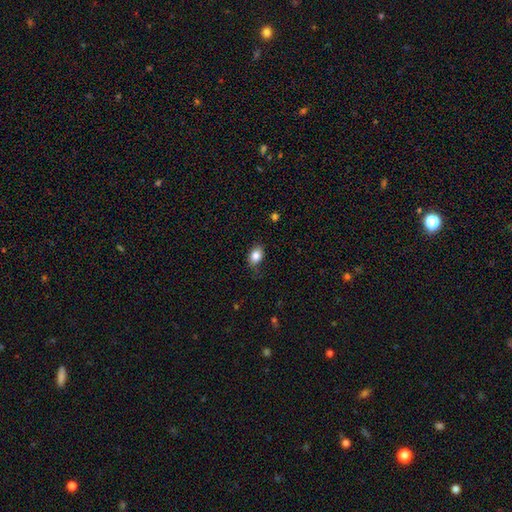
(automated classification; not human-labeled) Smooth or featured?
  - smooth: 84% *
  - star or artifact: 9%
  - featured or disk: 7%
How rounded?
  - in between: 78% *
  - round: 21%
  - cigar-shaped: 1%
Merging?
  - none: 77% *
  - minor disturbance: 18%
  - major disturbance: 4%
  - merger: 1%